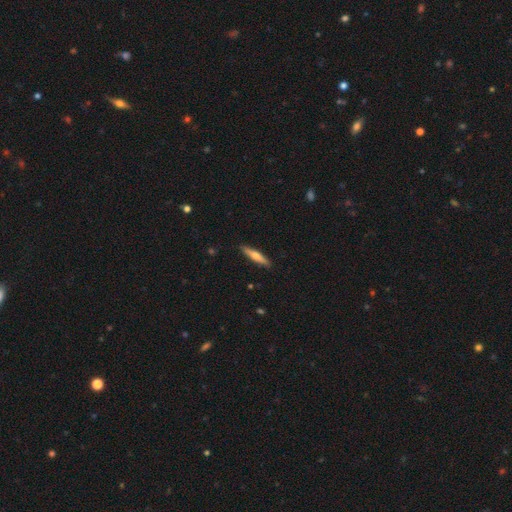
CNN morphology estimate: Smooth or featured? smooth (57%)
How rounded? cigar-shaped (88%)
Merging? none (90%)